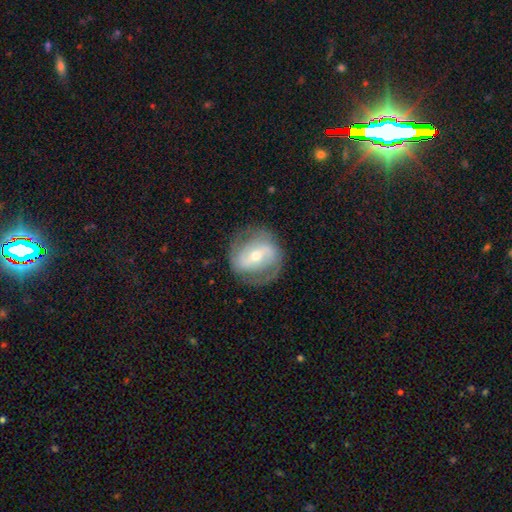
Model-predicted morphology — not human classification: Smooth or featured? featured or disk (74%)
Edge-on disk? no (96%)
Bar? strong (42%)
Spiral arms? yes (79%)
Spiral winding? medium (43%)
Spiral arm count? 2 (79%)
Bulge size? moderate (56%)
Merging? none (77%)